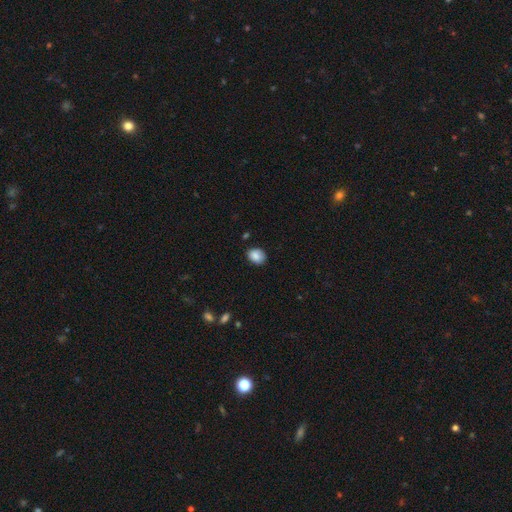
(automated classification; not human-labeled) Smooth or featured: smooth — 87% (star or artifact — 8%)
How rounded: in between — 52% (round — 47%)
Merging: none — 81% (minor disturbance — 14%)